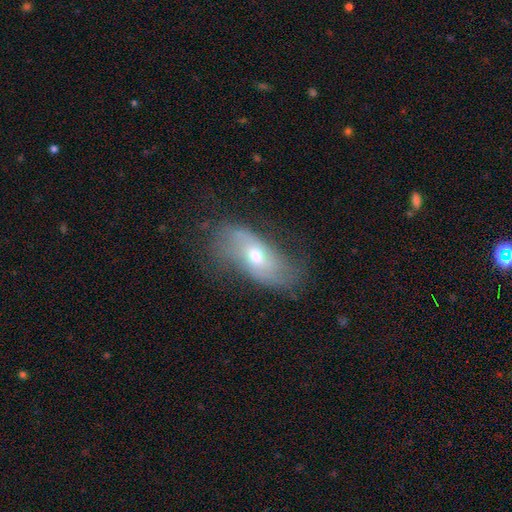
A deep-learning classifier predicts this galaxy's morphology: type=featured or disk (51%); edge-on=no (85%); merging=none (57%).